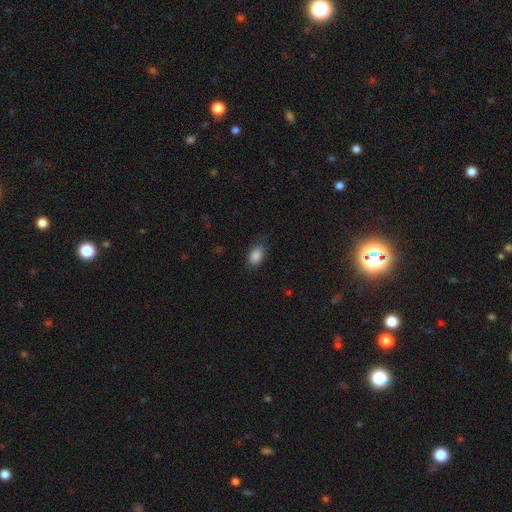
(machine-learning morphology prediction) Smooth or featured: smooth — 87% (star or artifact — 8%)
How rounded: in between — 89% (round — 9%)
Merging: none — 79% (minor disturbance — 16%)